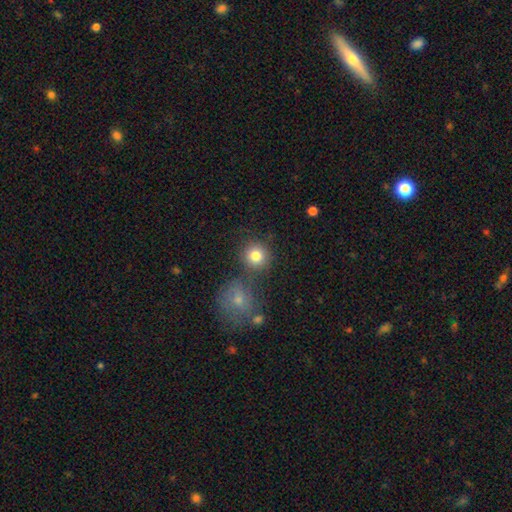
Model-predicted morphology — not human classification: Smooth or featured: smooth — 82% (star or artifact — 10%)
How rounded: round — 90% (in between — 9%)
Merging: none — 72% (merger — 15%)